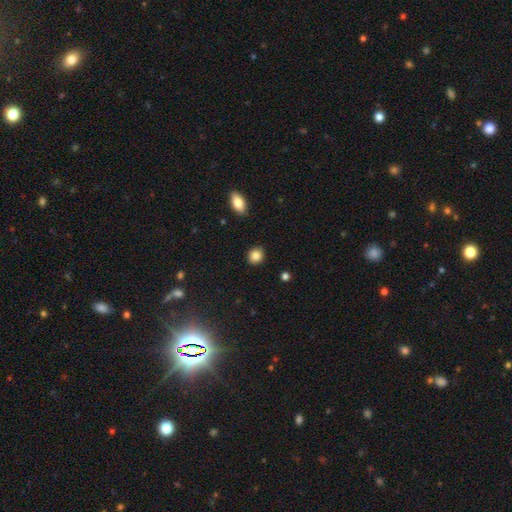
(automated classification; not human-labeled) A smooth galaxy with no disk features (85%) that is round (76%). Merging: none (90%).